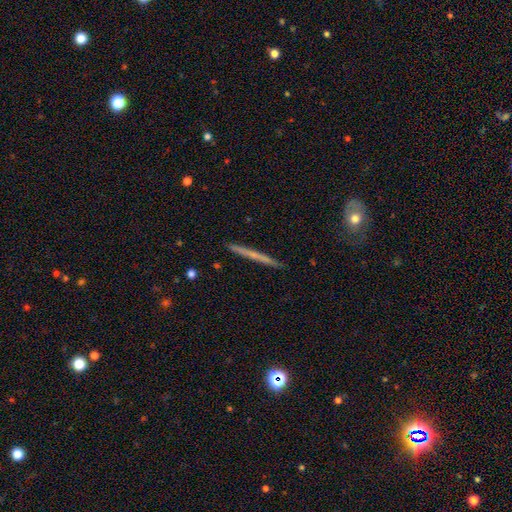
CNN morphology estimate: Overall: featured or disk (49%; smooth 45%). Merging: none (92%).